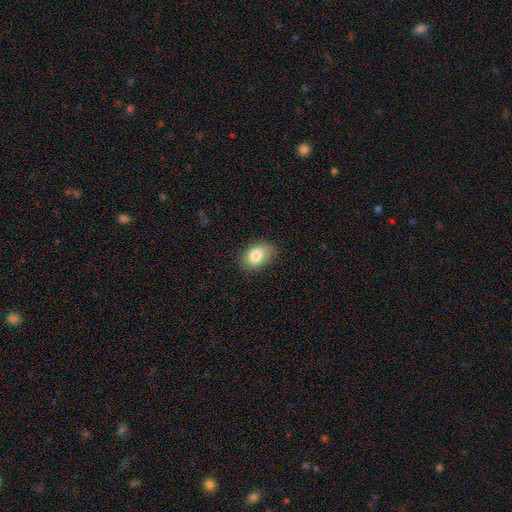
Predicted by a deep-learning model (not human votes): Smooth or featured? smooth (83%)
How rounded? in between (85%)
Merging? none (82%)